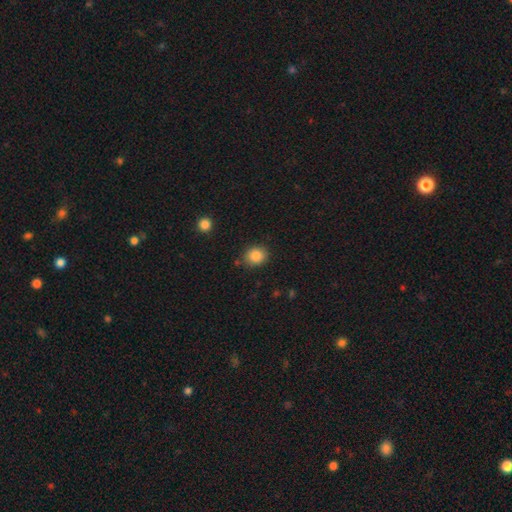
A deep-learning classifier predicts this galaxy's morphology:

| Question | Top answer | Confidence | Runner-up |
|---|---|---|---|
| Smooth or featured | smooth | 87% | star or artifact (9%) |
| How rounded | round | 70% | in between (29%) |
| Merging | none | 81% | minor disturbance (12%) |